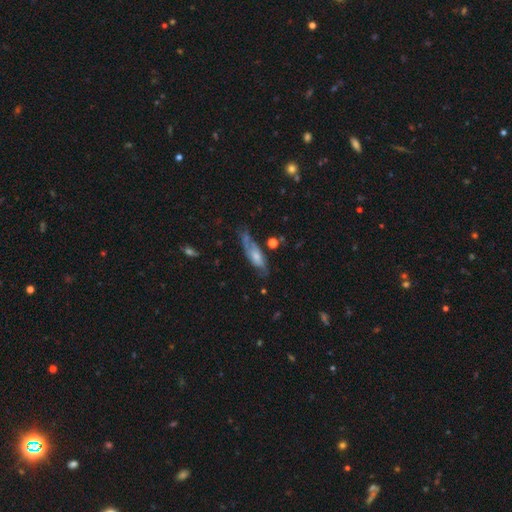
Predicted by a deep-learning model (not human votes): Q: Smooth or featured?
A: featured or disk (50%); runner-up: smooth (43%)
Q: Merging?
A: none (46%); runner-up: minor disturbance (29%)